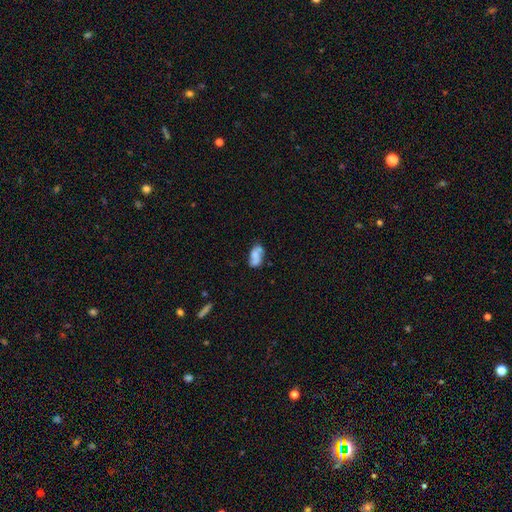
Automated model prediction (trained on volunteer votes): smooth 53%, featured or disk 39%, star or artifact 9%. Down the decision tree: how rounded — in between (89%); merging — none (49%).